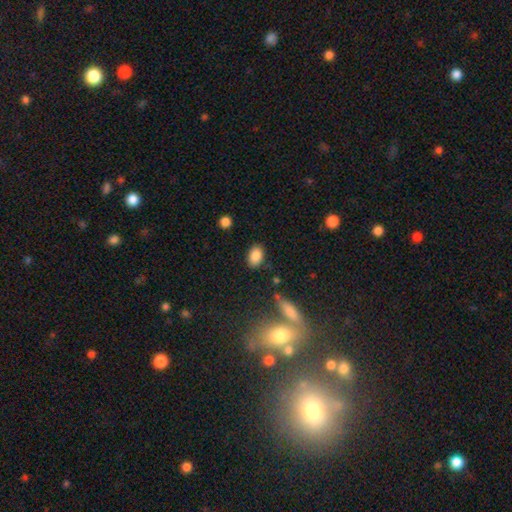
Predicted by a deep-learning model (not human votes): This is clearly a smooth galaxy (85%). How rounded: clearly in between (86%). Merging: clearly none (83%).